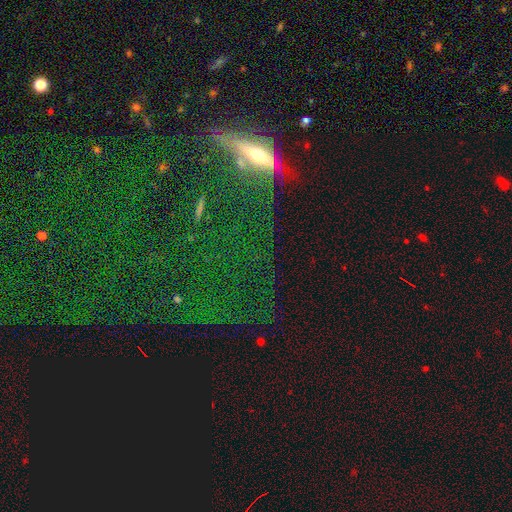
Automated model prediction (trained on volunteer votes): Smooth or featured?
  - star or artifact: 56% *
  - featured or disk: 24%
  - smooth: 20%